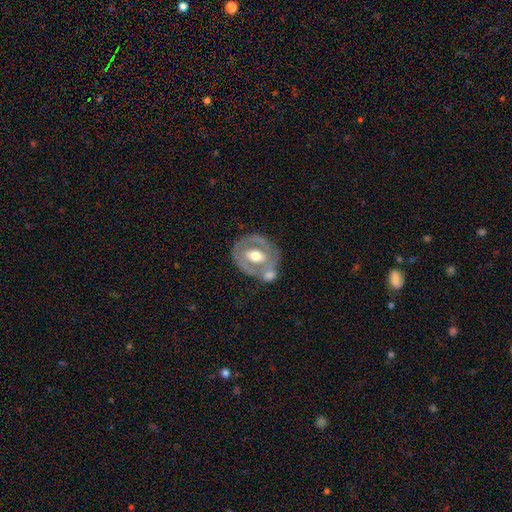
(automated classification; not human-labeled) smooth_or_featured: featured or disk (p=0.68) [alt: smooth p=0.27]
disk_edge_on: no (p=0.94) [alt: yes p=0.06]
bar: no (p=0.42) [alt: weak p=0.34]
has_spiral_arms: no (p=0.64) [alt: yes p=0.36]
bulge_size: moderate (p=0.74) [alt: large p=0.16]
merging: none (p=0.49) [alt: merger p=0.25]